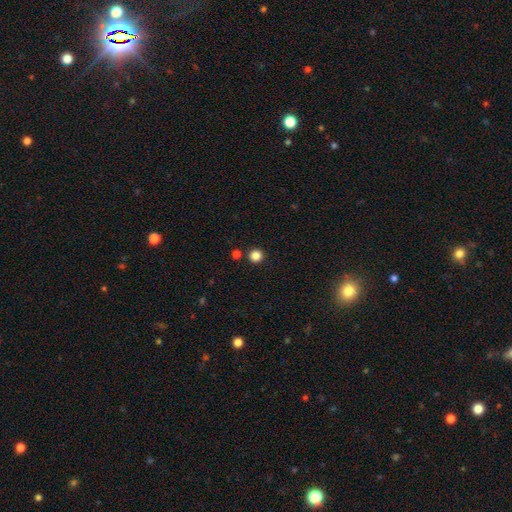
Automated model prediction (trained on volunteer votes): smooth-or-featured: smooth: 85% | star or artifact: 12% | featured or disk: 3%
  how-rounded: round: 94% | in between: 5% | cigar-shaped: 1%
  merging: none: 88% | merger: 5% | minor disturbance: 5% | major disturbance: 2%